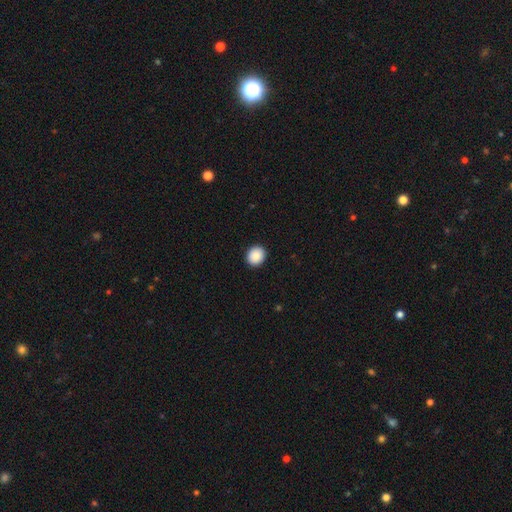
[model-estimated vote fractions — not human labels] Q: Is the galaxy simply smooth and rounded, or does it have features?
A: smooth — 89%.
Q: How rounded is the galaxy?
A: round — 72%.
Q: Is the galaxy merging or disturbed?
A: none — 92%.